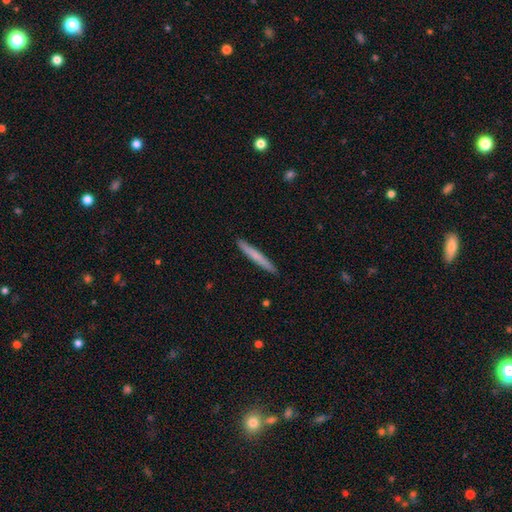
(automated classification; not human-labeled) This appears to be a smooth galaxy with no disk features (65%) that is cigar-shaped (97%). Merging: none (92%).